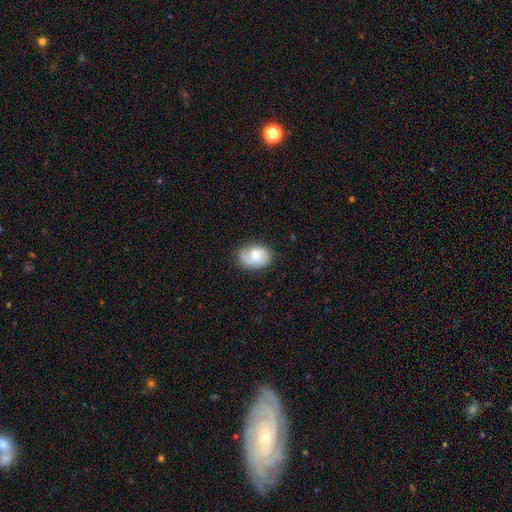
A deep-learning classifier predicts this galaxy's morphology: type=smooth (59%); roundness=in between (68%); merging=none (67%).